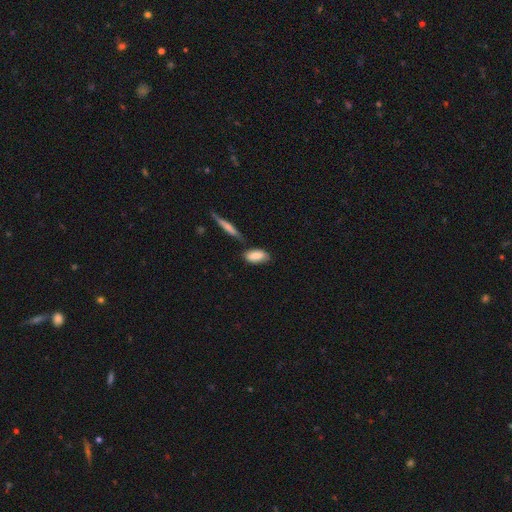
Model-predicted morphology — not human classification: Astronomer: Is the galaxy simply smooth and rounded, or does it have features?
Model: smooth — 82%.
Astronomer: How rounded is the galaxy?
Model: in between — 83%.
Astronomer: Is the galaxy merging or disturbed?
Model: none — 61%.